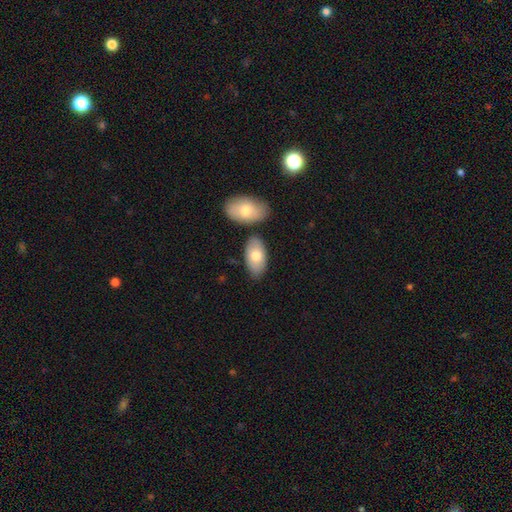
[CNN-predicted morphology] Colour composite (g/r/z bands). It shows a smooth galaxy with no disk features (74%) that is in between round and cigar-shaped (95%). Merging: none (71%).